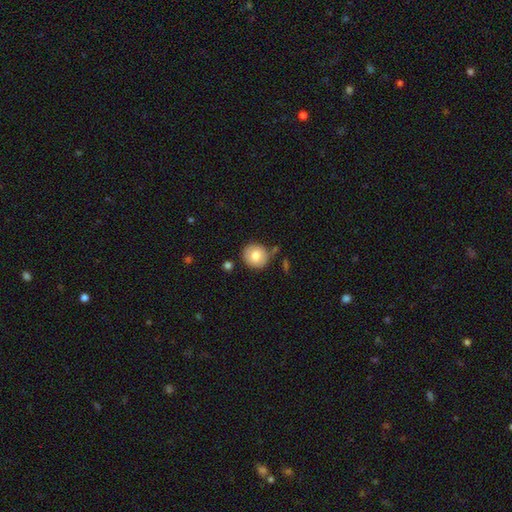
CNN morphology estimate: A smooth galaxy with no disk features (79%) that is round (89%). Merging: none (77%).